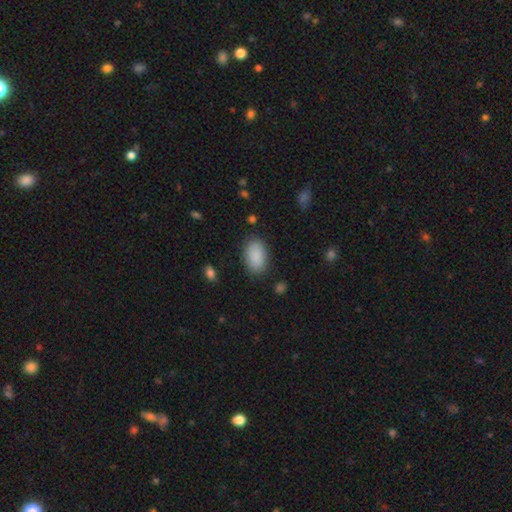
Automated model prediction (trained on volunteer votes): Smooth or featured: smooth — 89% (star or artifact — 6%)
How rounded: in between — 93% (round — 6%)
Merging: none — 85% (minor disturbance — 11%)